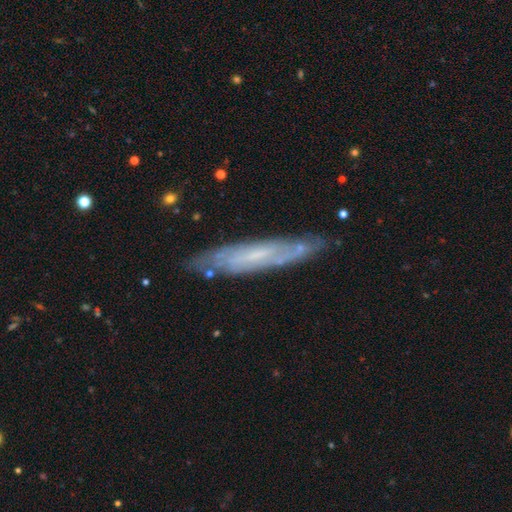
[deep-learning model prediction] Q: Smooth or featured?
A: featured or disk (68%); runner-up: smooth (25%)
Q: Edge-on disk?
A: yes (52%); runner-up: no (48%)
Q: Merging?
A: none (77%); runner-up: minor disturbance (17%)